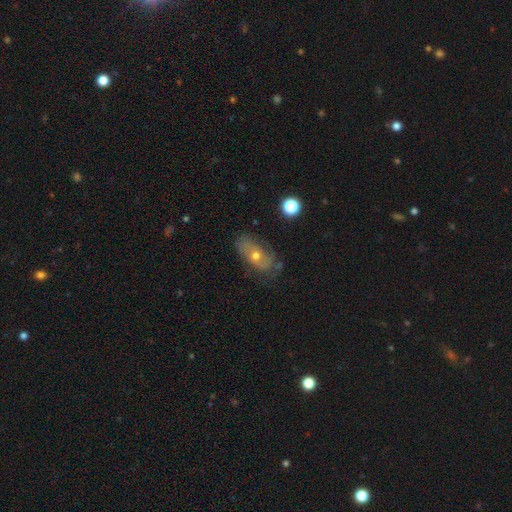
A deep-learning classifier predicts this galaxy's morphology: featured or disk 53%, smooth 37%, star or artifact 10%. Down the decision tree: edge-on disk — no (85%); merging — none (61%).